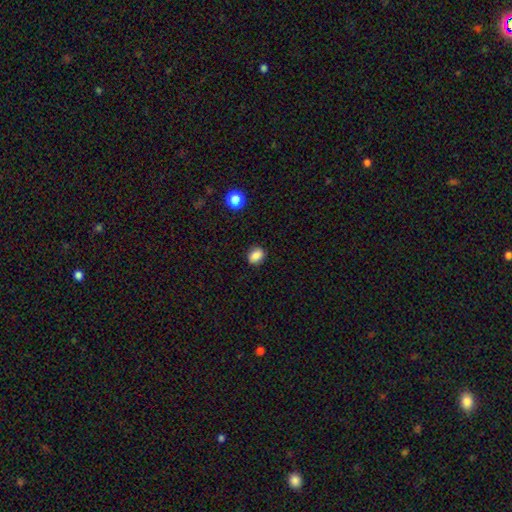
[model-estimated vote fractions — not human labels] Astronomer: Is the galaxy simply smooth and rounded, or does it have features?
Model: smooth — 85%.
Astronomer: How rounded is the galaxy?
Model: in between — 61% (runner-up: round, 38%).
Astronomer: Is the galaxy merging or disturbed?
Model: none — 86%.